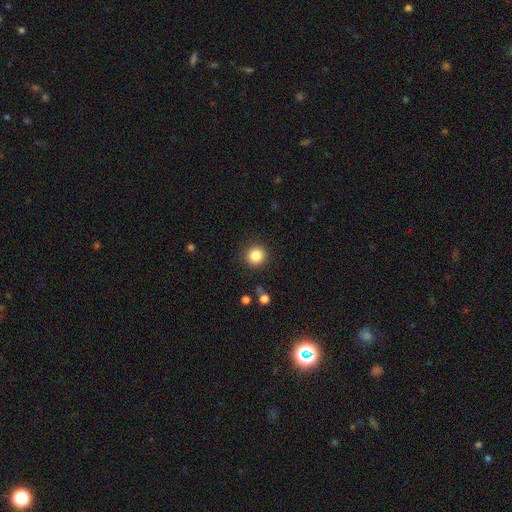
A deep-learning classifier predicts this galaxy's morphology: The model was most divided on "smooth or featured": smooth: 85%, star or artifact: 10%, featured or disk: 5%. More confident: how rounded — round (94%); merging — none (90%).